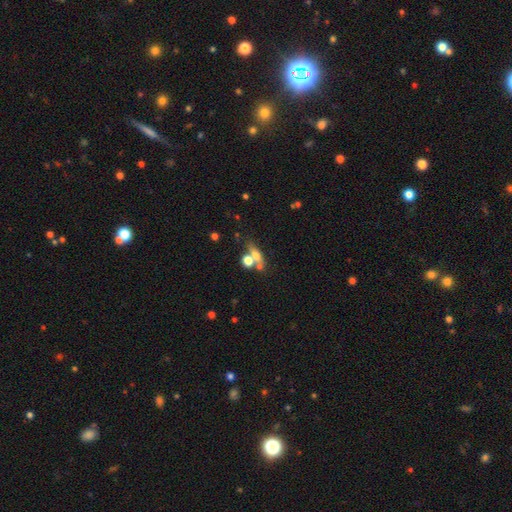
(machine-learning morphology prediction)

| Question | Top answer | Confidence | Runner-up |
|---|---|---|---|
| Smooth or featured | smooth | 54% | featured or disk (30%) |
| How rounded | in between | 44% | cigar-shaped (31%) |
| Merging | none | 49% | merger (34%) |